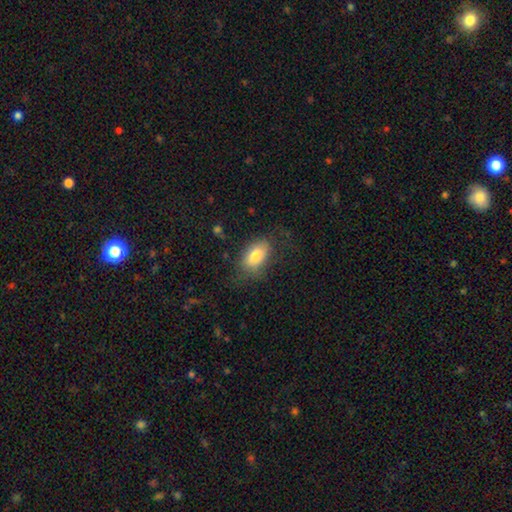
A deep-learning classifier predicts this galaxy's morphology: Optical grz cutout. It shows a smooth galaxy with no disk features (78%) that is in between round and cigar-shaped (90%). Merging: none (69%).